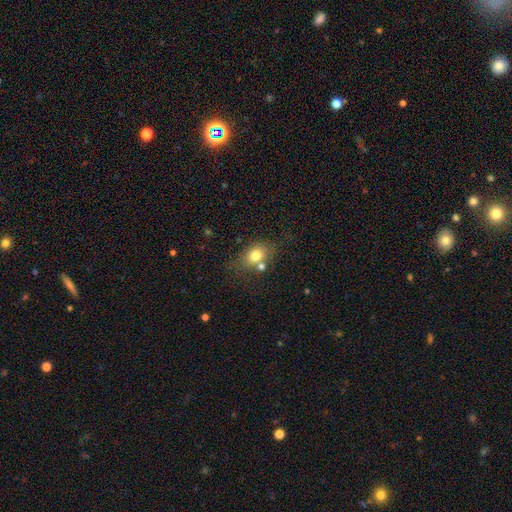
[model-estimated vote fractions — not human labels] This is likely a smooth galaxy (75%). How rounded: likely in between (64%). Merging: possibly none (59%).